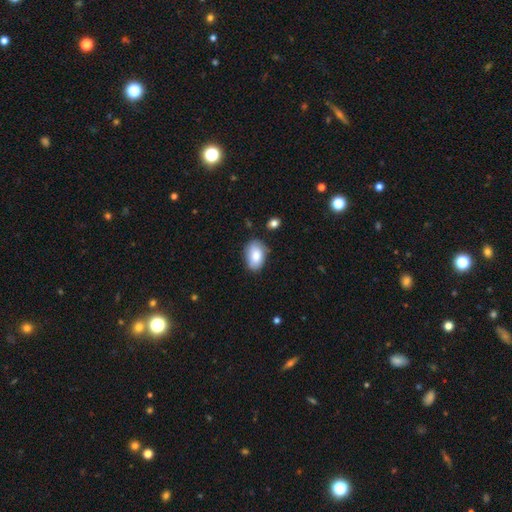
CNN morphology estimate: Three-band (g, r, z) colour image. It shows a smooth galaxy with no disk features (83%) that is in between round and cigar-shaped (88%). Merging: none (74%).